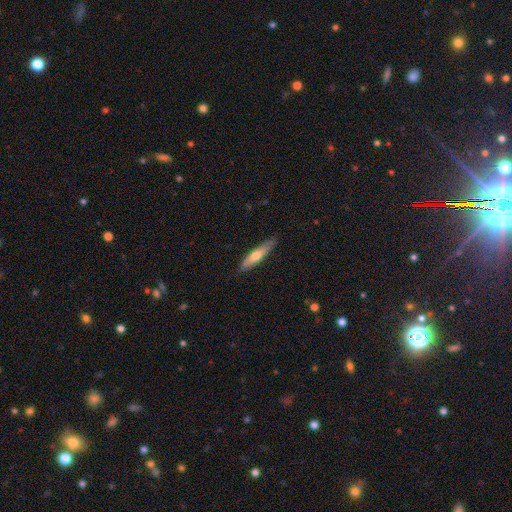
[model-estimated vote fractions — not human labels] A smooth galaxy with no disk features (55%) that is cigar-shaped (82%).

Vote fractions:
- Smooth or featured? smooth: 55% / featured or disk: 40% / star or artifact: 6%
- How rounded? cigar-shaped: 82% / in between: 16% / round: 2%
- Merging? none: 86% / minor disturbance: 11% / major disturbance: 2% / merger: 1%